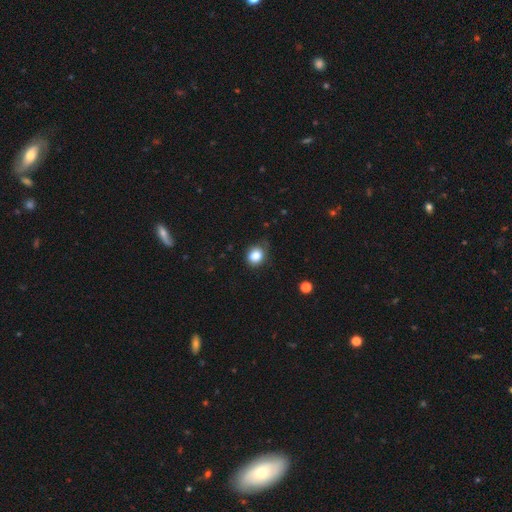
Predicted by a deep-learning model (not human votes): A smooth galaxy with no disk features (85%) that is round (63%). Merging: none (65%).